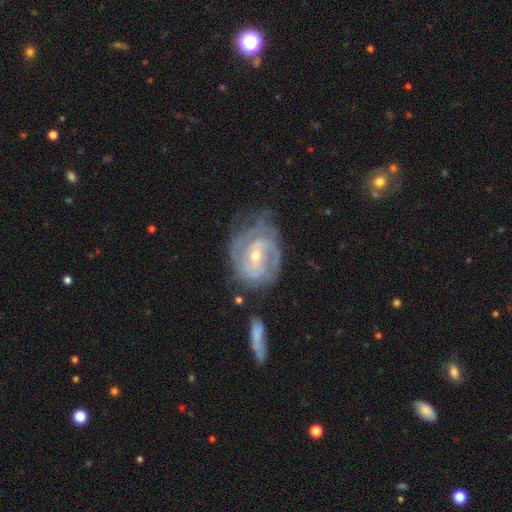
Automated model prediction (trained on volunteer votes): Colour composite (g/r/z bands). It shows a featured or disk galaxy (86%) with a weak bar (45%), 2 (36%) tight (63%) spiral arms (94%) and a small central bulge (57%). Merging: none (54%).